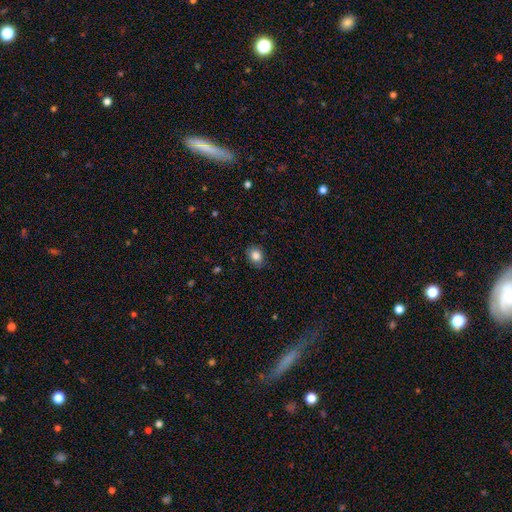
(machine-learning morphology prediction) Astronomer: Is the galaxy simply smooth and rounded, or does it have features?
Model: smooth — 85%.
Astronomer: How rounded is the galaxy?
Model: in between — 51% (runner-up: round, 48%).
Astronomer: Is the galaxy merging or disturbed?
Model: none — 84%.